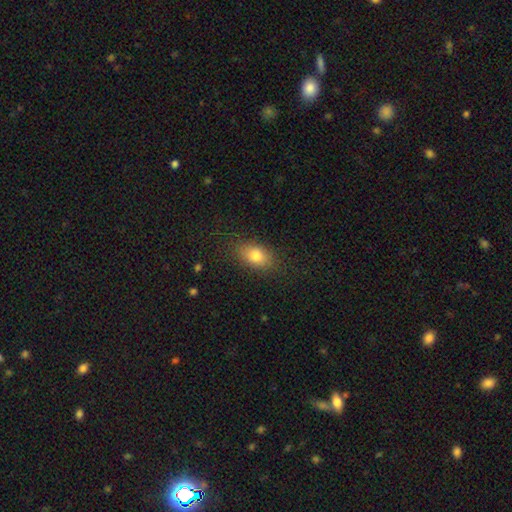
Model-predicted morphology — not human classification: type=smooth (80%); roundness=in between (82%); merging=none (82%).